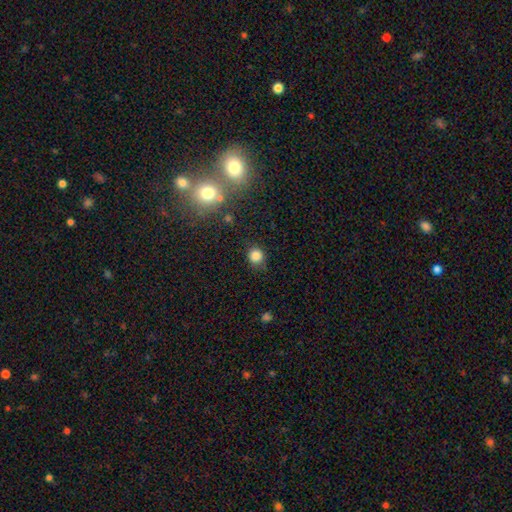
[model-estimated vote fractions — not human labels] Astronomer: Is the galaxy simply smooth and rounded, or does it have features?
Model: smooth — 82%.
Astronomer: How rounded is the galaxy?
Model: round — 87%.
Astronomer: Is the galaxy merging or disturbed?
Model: none — 80%.